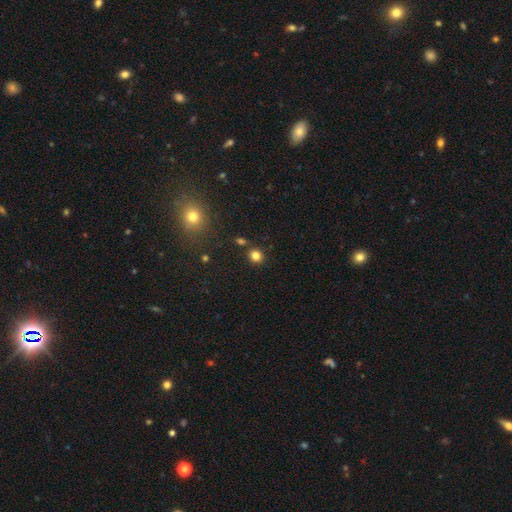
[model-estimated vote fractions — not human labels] smooth_or_featured: smooth (p=0.81) [alt: star or artifact p=0.14]
how_rounded: round (p=0.84) [alt: in between p=0.15]
merging: none (p=0.82) [alt: minor disturbance p=0.08]